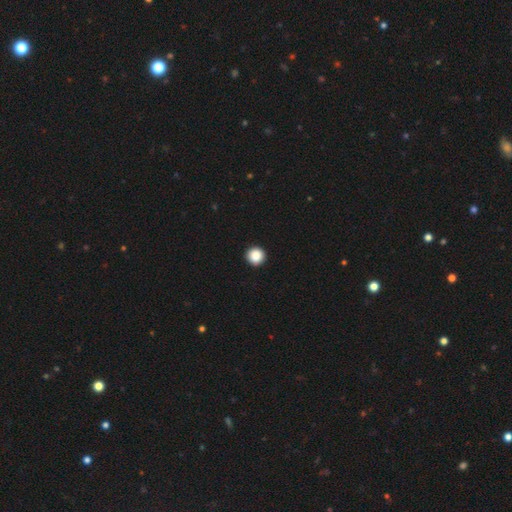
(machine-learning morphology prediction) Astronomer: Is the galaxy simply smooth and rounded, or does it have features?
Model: smooth — 88%.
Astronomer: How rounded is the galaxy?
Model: round — 96%.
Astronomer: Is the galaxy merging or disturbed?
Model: none — 93%.